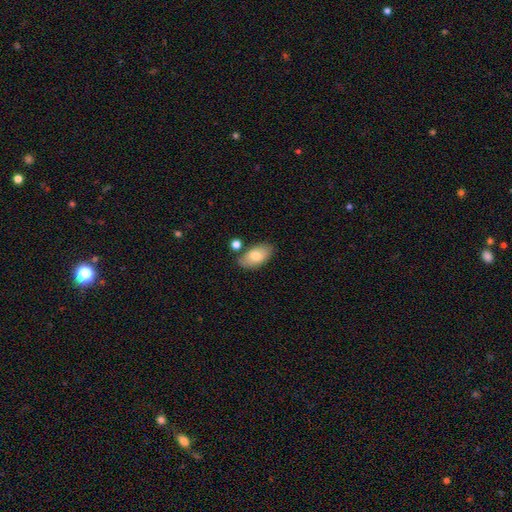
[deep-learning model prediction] Smooth or featured? smooth (75%)
How rounded? in between (94%)
Merging? none (74%)